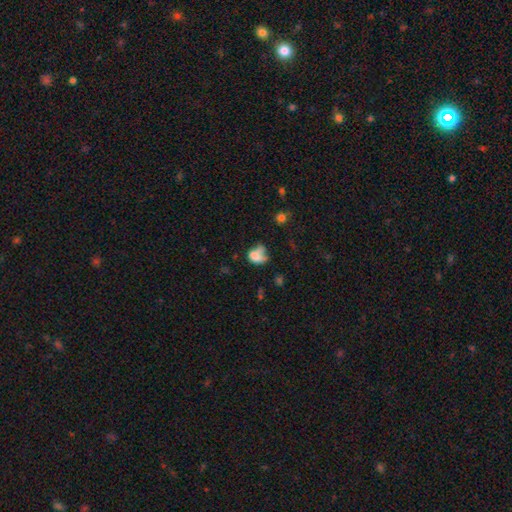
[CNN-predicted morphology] Smooth or featured? Predicted: smooth (p=0.67). How rounded? Predicted: in between (p=0.67). Merging? Predicted: merger (p=0.28).